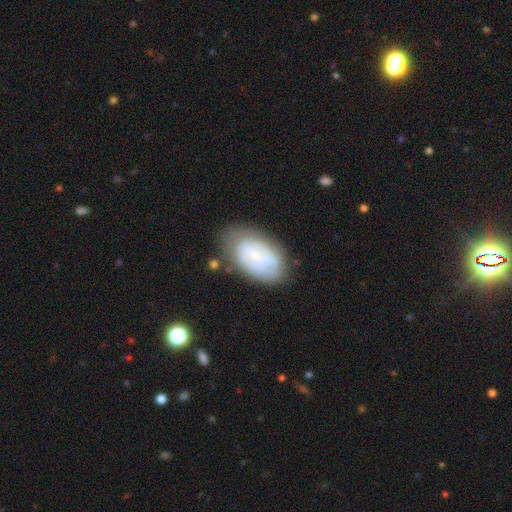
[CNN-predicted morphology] Overall: featured or disk (50%; smooth 42%). Merging: none (67%).